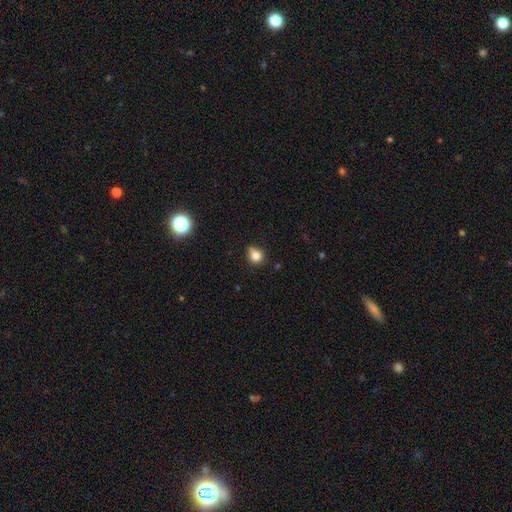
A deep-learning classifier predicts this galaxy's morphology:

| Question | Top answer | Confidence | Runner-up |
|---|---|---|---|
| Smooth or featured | smooth | 80% | star or artifact (13%) |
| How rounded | round | 83% | in between (16%) |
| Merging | none | 65% | minor disturbance (24%) |